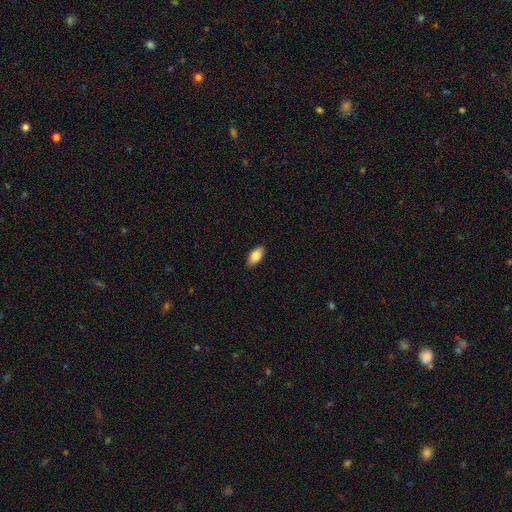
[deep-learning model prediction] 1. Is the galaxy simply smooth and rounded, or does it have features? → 83% smooth, 10% featured or disk, 7% star or artifact.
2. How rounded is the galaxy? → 90% in between, 7% cigar-shaped, 3% round.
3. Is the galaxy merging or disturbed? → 88% none, 9% minor disturbance, 2% major disturbance, 1% merger.